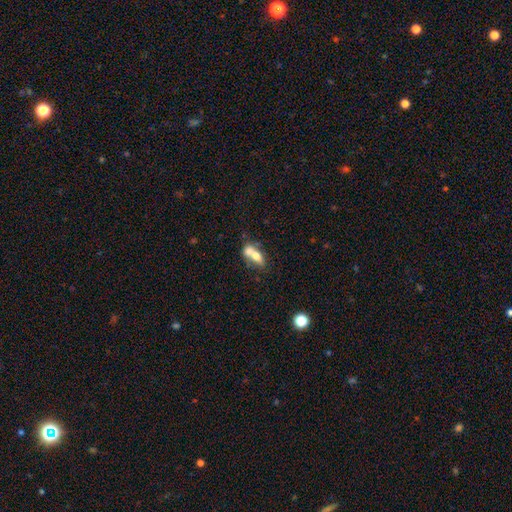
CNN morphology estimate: Overall: smooth (65%; featured or disk 26%). How rounded: in between (73%). Merging: merger (67%).